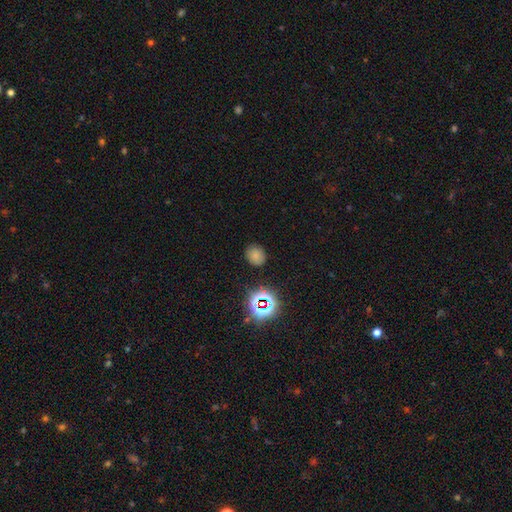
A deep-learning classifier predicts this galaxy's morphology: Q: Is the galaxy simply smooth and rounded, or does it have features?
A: smooth — 71%.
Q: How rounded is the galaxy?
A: round — 61%.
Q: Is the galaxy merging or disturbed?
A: none — 84%.